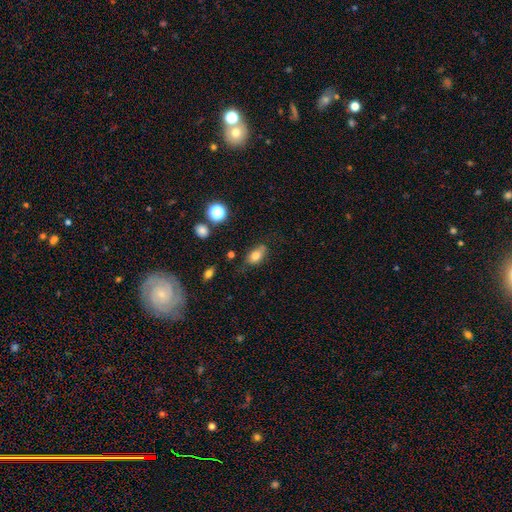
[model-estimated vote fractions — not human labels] A smooth galaxy with no disk features (76%) that is in between round and cigar-shaped (85%). Merging: none (69%).